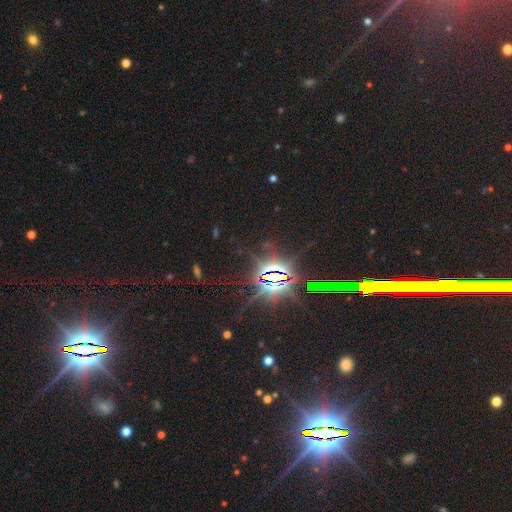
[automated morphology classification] Smooth or featured? star or artifact (84%)